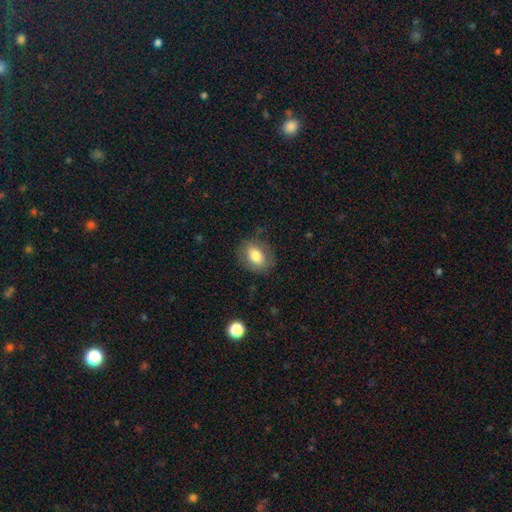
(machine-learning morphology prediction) type=smooth (77%); roundness=in between (67%); merging=none (78%).